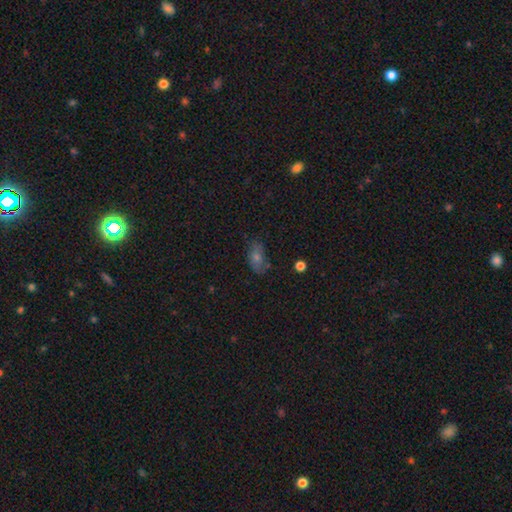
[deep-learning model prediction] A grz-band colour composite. It shows a smooth galaxy with no disk features (49%). Merging: none (68%).